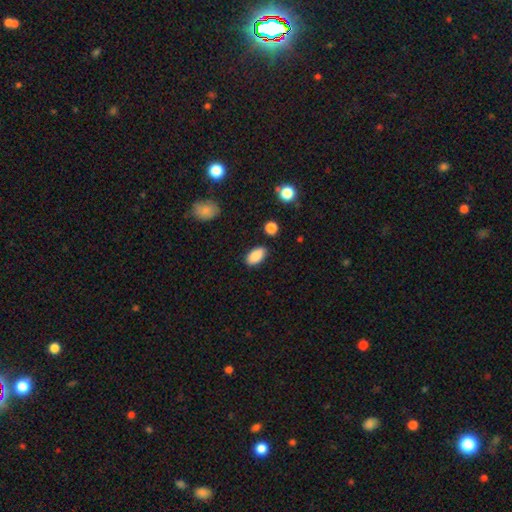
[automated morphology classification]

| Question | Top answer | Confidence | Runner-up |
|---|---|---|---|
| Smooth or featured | smooth | 88% | star or artifact (7%) |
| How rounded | in between | 93% | cigar-shaped (4%) |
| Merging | none | 85% | minor disturbance (10%) |